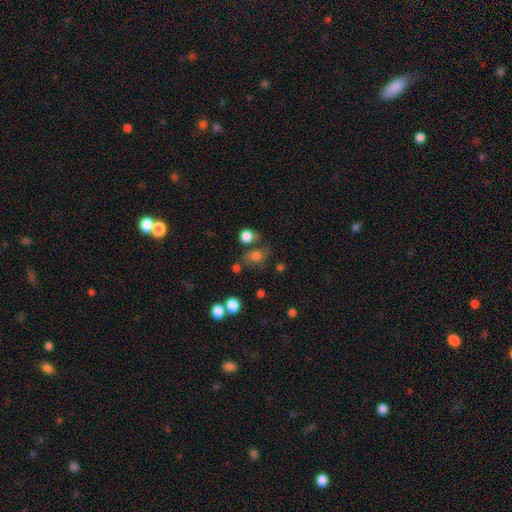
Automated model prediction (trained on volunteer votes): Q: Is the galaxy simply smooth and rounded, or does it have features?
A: smooth — 72%.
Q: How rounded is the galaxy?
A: in between — 51%.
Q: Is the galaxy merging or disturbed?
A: none — 55%.